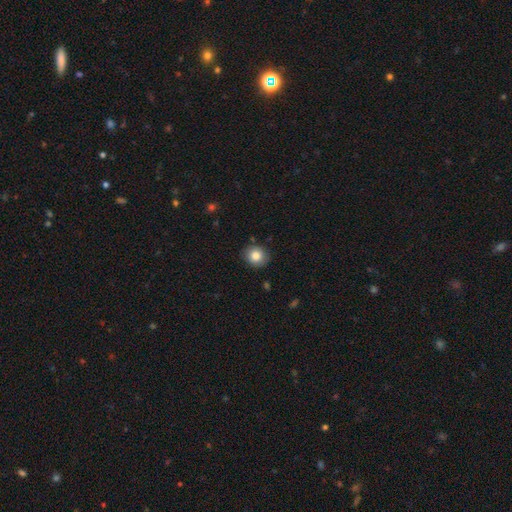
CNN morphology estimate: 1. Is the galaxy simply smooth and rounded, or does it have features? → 83% smooth, 9% star or artifact, 8% featured or disk.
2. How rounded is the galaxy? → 79% round, 20% in between, 1% cigar-shaped.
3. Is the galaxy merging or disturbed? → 87% none, 10% minor disturbance, 2% major disturbance, 1% merger.